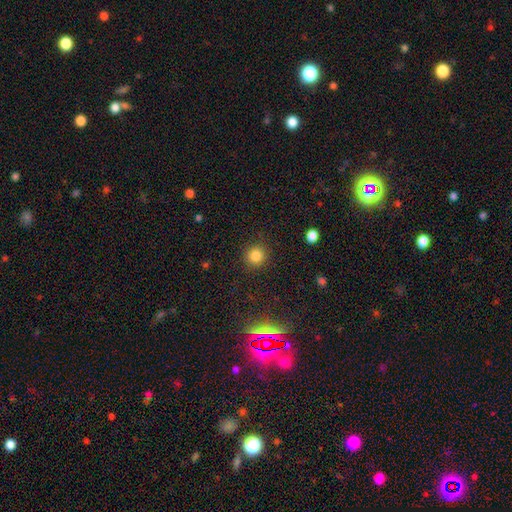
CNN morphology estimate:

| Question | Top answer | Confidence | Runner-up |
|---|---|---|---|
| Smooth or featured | smooth | 82% | star or artifact (13%) |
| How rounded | round | 93% | in between (6%) |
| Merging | none | 91% | minor disturbance (6%) |